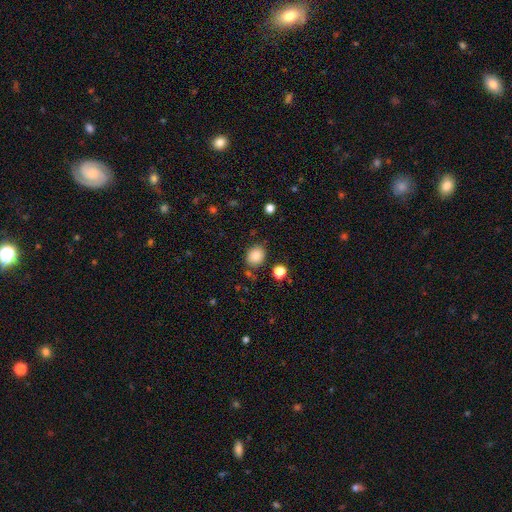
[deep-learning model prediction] This appears to be a smooth galaxy with no disk features (85%) that is round (56%). Merging: none (80%).